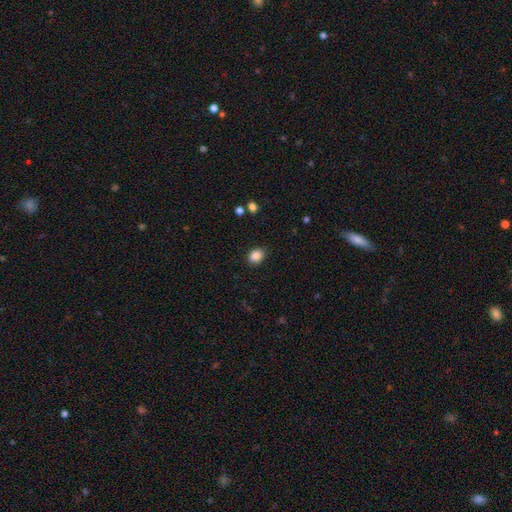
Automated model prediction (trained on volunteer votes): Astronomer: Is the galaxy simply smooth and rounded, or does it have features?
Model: smooth — 87%.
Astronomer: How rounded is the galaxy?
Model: round — 54% (runner-up: in between, 45%).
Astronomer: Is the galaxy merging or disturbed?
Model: none — 88%.